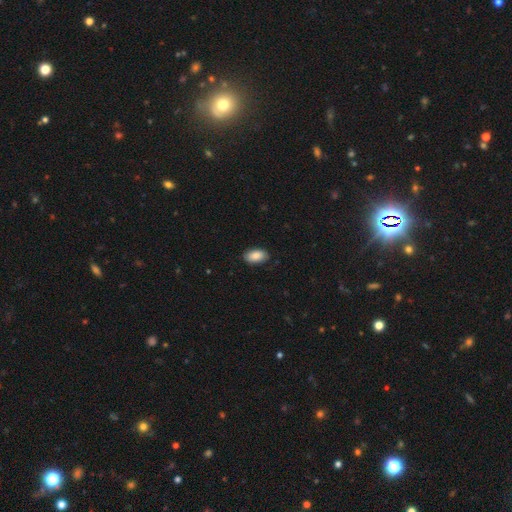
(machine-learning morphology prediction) Smooth or featured? smooth (87%)
How rounded? in between (94%)
Merging? none (84%)